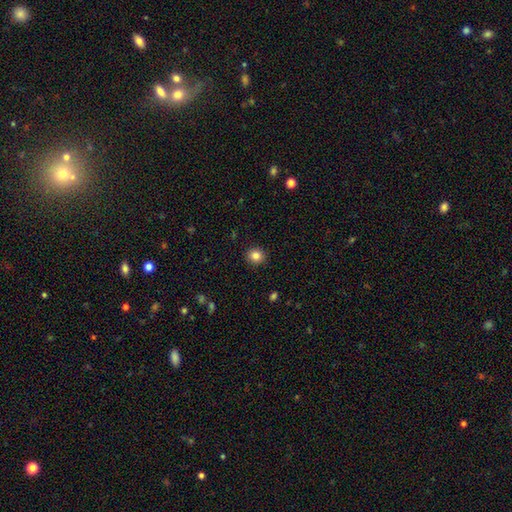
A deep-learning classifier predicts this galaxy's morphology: smooth_or_featured: smooth (p=0.84) [alt: star or artifact p=0.11]
how_rounded: round (p=0.89) [alt: in between p=0.10]
merging: none (p=0.92) [alt: minor disturbance p=0.06]